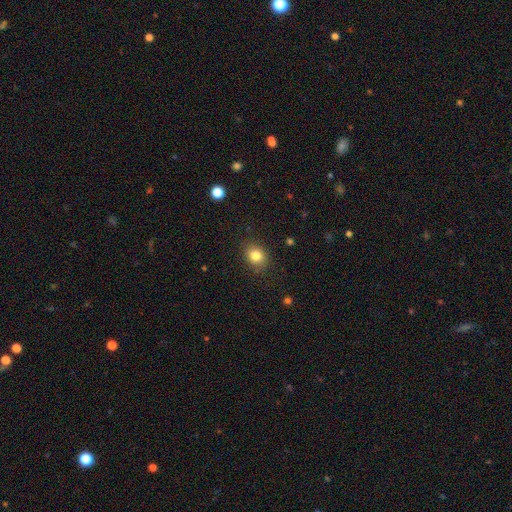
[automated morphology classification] A smooth galaxy with no disk features (83%) that is round (59%).

Vote fractions:
- Smooth or featured? smooth: 83% / star or artifact: 11% / featured or disk: 6%
- How rounded? round: 59% / in between: 40% / cigar-shaped: 1%
- Merging? none: 87% / minor disturbance: 9% / major disturbance: 3% / merger: 1%